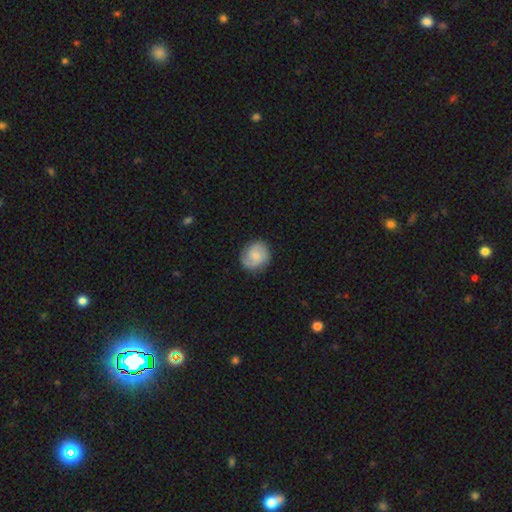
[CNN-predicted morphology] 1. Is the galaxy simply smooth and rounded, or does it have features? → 69% featured or disk, 25% smooth, 6% star or artifact.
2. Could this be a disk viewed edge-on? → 98% no, 2% yes.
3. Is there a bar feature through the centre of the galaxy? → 60% no, 36% weak, 4% strong.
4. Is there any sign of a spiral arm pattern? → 94% yes, 6% no.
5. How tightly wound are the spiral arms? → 44% medium, 40% tight, 15% loose.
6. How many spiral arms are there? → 74% 2, 10% can't tell, 8% 3, 4% 1, 2% 4, 2% more than 4.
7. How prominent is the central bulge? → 60% small, 32% moderate, 6% none, 2% large, 1% dominant.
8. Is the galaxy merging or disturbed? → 82% none, 13% minor disturbance, 4% major disturbance, 1% merger.